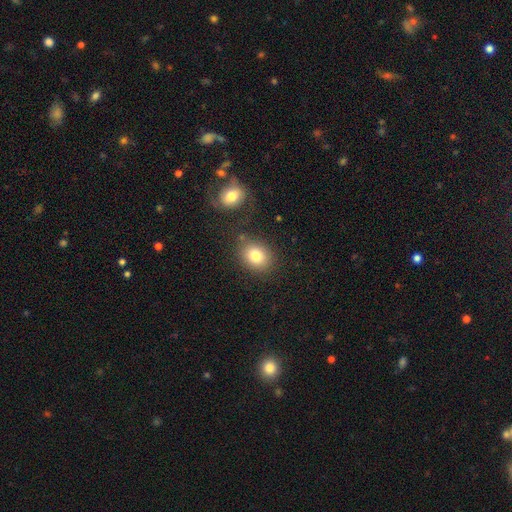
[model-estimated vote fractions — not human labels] This appears to be a smooth galaxy with no disk features (80%) that is round (54%). Merging: none (74%).